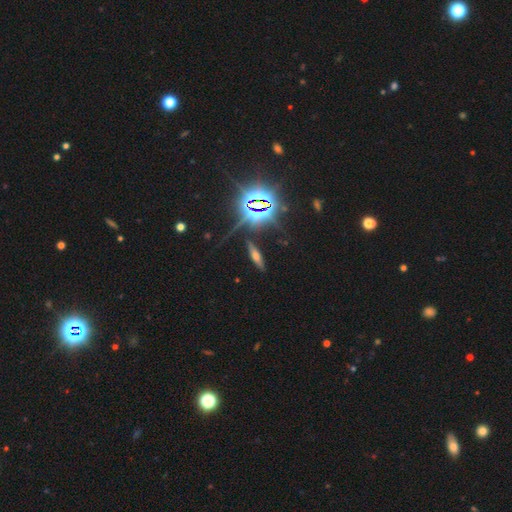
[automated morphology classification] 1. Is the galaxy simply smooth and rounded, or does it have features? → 35% star or artifact, 33% featured or disk, 32% smooth.